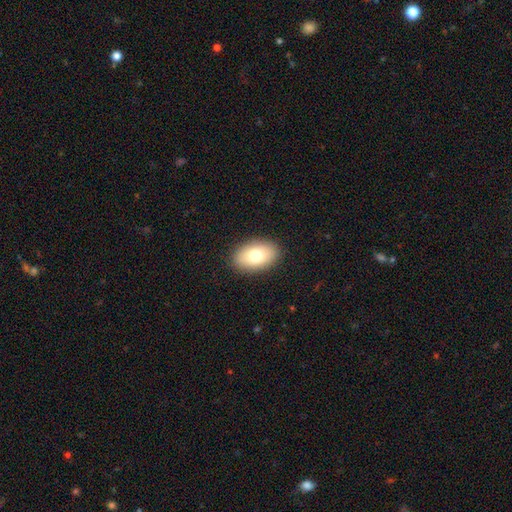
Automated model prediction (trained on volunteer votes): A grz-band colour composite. It shows a smooth galaxy with no disk features (78%) that is in between round and cigar-shaped (90%). Merging: none (89%).